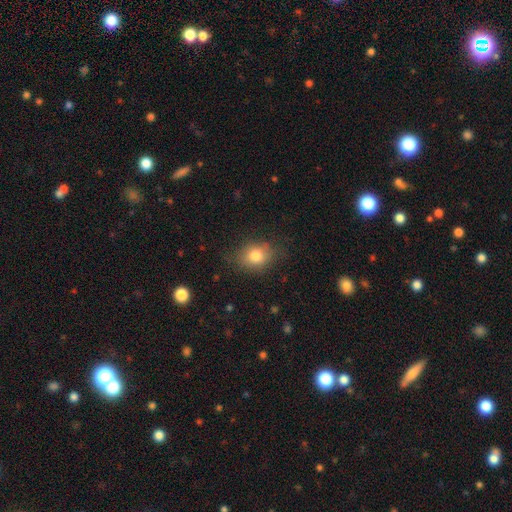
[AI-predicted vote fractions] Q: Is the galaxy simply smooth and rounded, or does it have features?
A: smooth — 80%.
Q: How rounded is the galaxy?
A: in between — 58%.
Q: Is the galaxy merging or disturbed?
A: none — 75%.